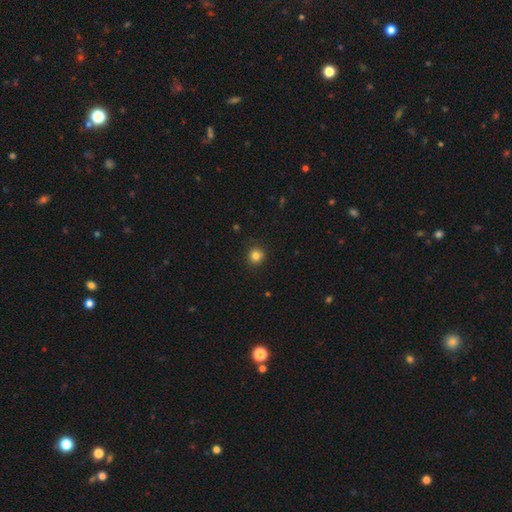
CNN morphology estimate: smooth-or-featured: smooth: 83% | star or artifact: 12% | featured or disk: 5%
  how-rounded: round: 92% | in between: 7% | cigar-shaped: 1%
  merging: none: 90% | minor disturbance: 7% | major disturbance: 2% | merger: 1%